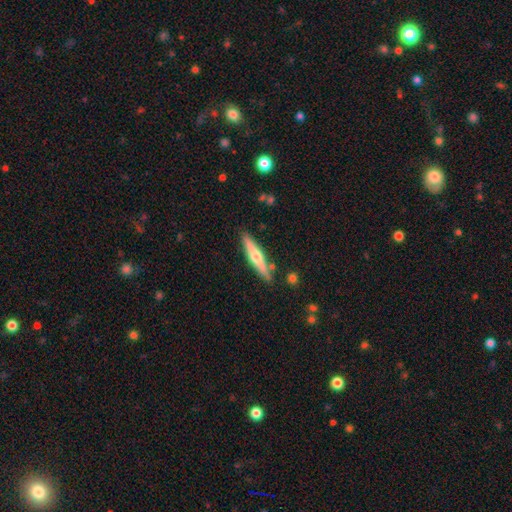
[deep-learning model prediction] Morphology: type=featured or disk (53%); edge-on=yes (95%); edge-on bulge=rounded (90%); merging=none (84%).